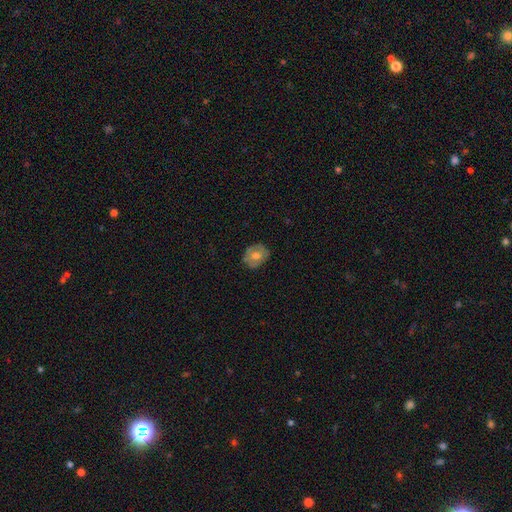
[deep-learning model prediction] Smooth or featured? Predicted: smooth (p=0.56). How rounded? Predicted: round (p=0.63). Merging? Predicted: none (p=0.79).